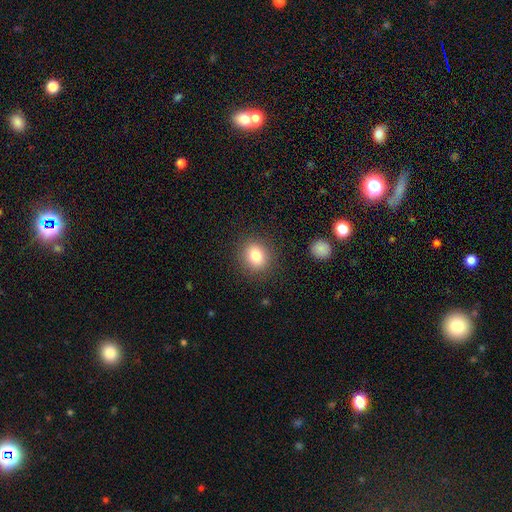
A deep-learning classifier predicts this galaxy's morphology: type=smooth (81%); roundness=round (73%); merging=none (88%).